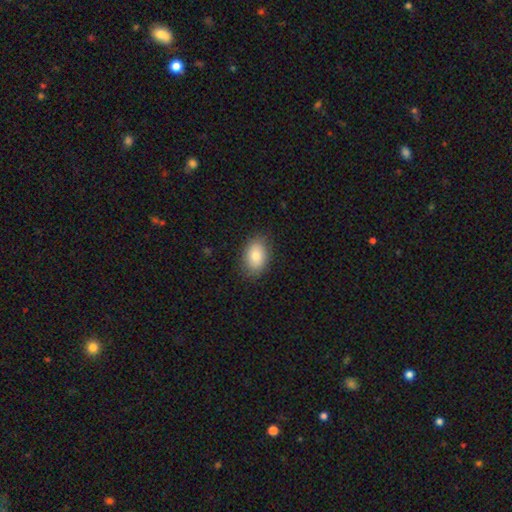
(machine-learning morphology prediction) Smooth or featured? Predicted: smooth (p=0.82). How rounded? Predicted: in between (p=0.84). Merging? Predicted: none (p=0.86).